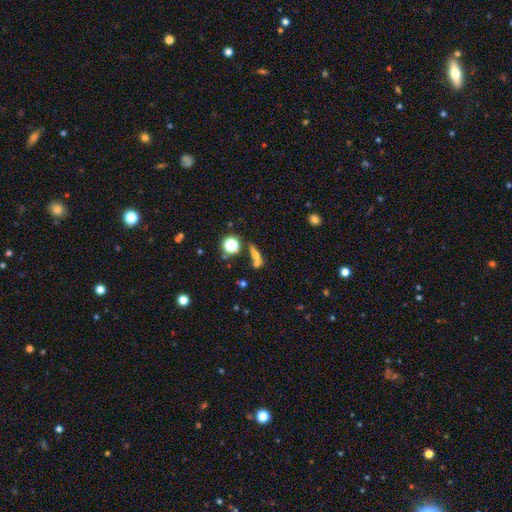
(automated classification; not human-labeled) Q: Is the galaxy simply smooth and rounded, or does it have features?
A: smooth — 52%.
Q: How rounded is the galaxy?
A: cigar-shaped — 47%.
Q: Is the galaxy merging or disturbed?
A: none — 51%.